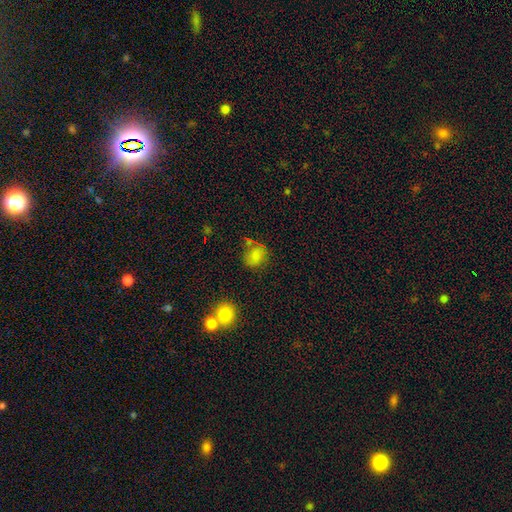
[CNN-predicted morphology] smooth-or-featured: smooth: 76% | star or artifact: 15% | featured or disk: 8%
  how-rounded: round: 65% | in between: 34% | cigar-shaped: 1%
  merging: none: 66% | minor disturbance: 19% | merger: 7% | major disturbance: 7%